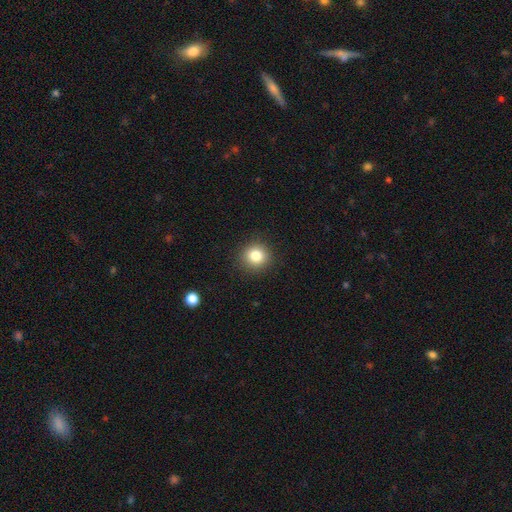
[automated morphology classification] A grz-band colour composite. It shows a smooth galaxy with no disk features (82%) that is round (89%). Merging: none (90%).